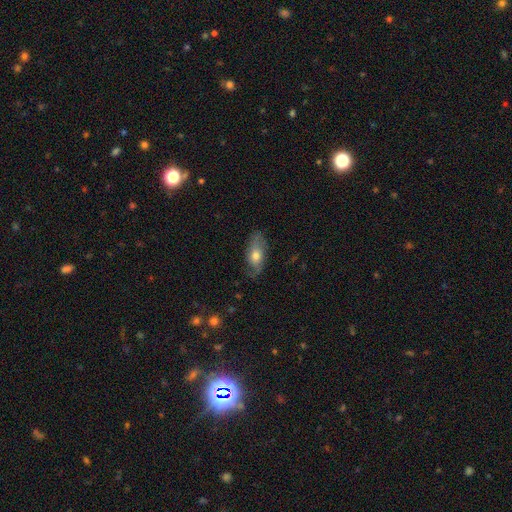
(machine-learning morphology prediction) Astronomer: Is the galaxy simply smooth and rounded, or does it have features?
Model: smooth — 52% (runner-up: featured or disk, 41%).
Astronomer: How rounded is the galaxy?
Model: in between — 80%.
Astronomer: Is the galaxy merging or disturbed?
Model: none — 67%.